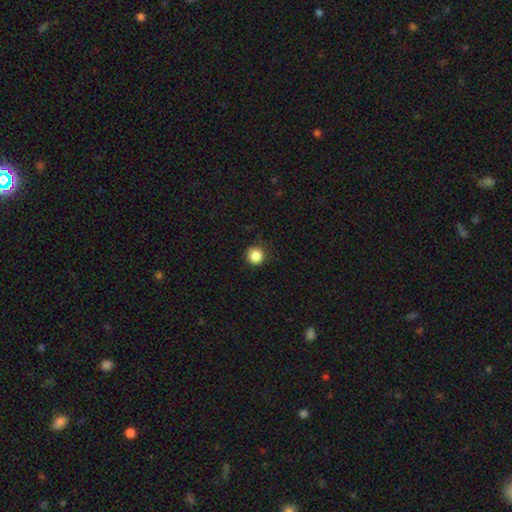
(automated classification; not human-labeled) smooth-or-featured: smooth: 86% | star or artifact: 10% | featured or disk: 4%
  how-rounded: round: 95% | in between: 4% | cigar-shaped: 1%
  merging: none: 89% | minor disturbance: 8% | major disturbance: 2% | merger: 1%